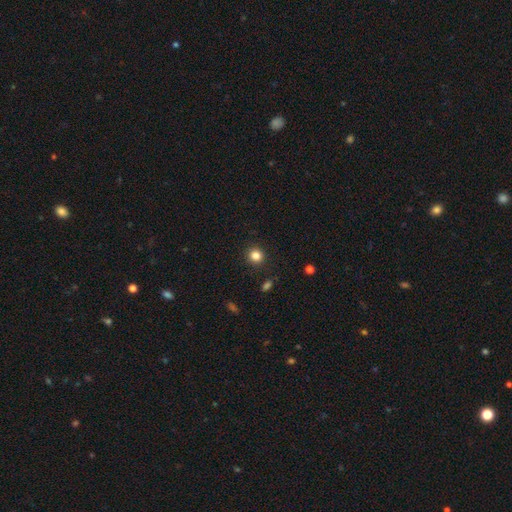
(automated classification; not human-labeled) smooth-or-featured: smooth: 83% | star or artifact: 12% | featured or disk: 5%
  how-rounded: round: 91% | in between: 8% | cigar-shaped: 1%
  merging: none: 91% | minor disturbance: 6% | major disturbance: 2% | merger: 1%